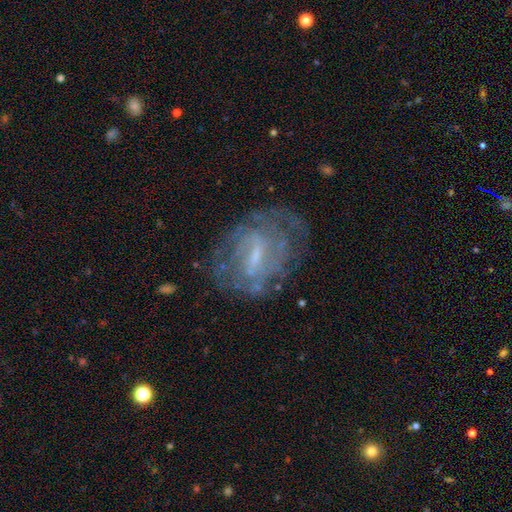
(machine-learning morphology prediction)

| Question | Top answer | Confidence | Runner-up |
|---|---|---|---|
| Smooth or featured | featured or disk | 76% | smooth (16%) |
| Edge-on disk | no | 96% | yes (4%) |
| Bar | weak | 54% | strong (29%) |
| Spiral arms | yes | 71% | no (29%) |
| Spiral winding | tight | 52% | medium (35%) |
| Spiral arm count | can't tell | 54% | 2 (26%) |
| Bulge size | small | 51% | moderate (27%) |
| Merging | none | 66% | minor disturbance (19%) |